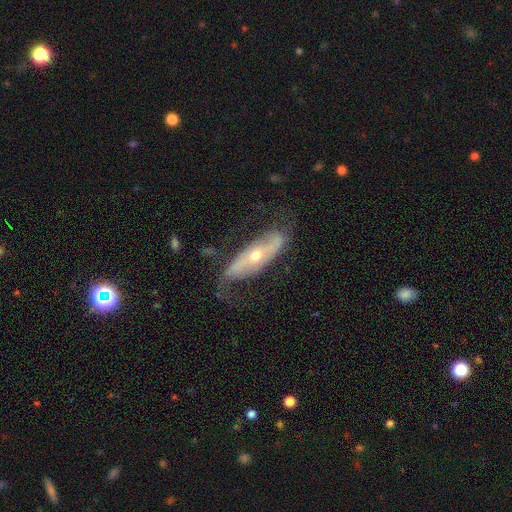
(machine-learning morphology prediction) This appears to be a featured or disk galaxy (75%) with no bar (56%), spiral arms (81%) and a moderate central bulge (50%). Merging: none (59%).